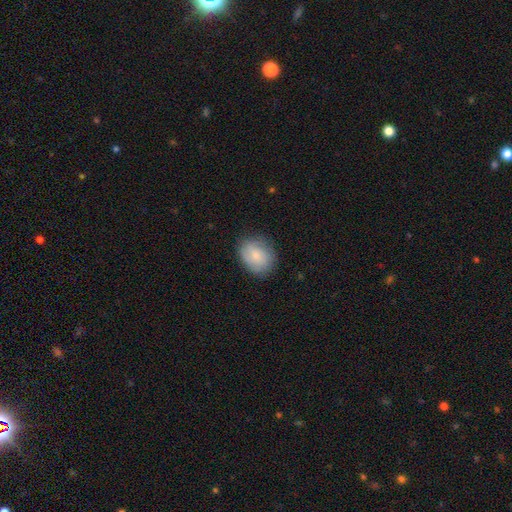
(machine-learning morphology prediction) This appears to be a smooth galaxy with no disk features (71%) that is round (54%). Merging: none (77%).